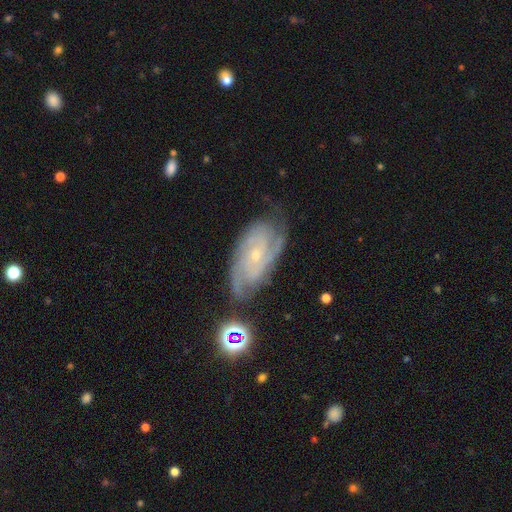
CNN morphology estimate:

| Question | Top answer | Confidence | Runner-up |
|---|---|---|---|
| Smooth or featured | featured or disk | 86% | smooth (8%) |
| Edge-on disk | no | 95% | yes (5%) |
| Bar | no | 68% | weak (25%) |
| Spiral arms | yes | 97% | no (3%) |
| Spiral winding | tight | 61% | medium (33%) |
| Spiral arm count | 2 | 30% | 3 (26%) |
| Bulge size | small | 77% | moderate (19%) |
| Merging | none | 70% | minor disturbance (21%) |